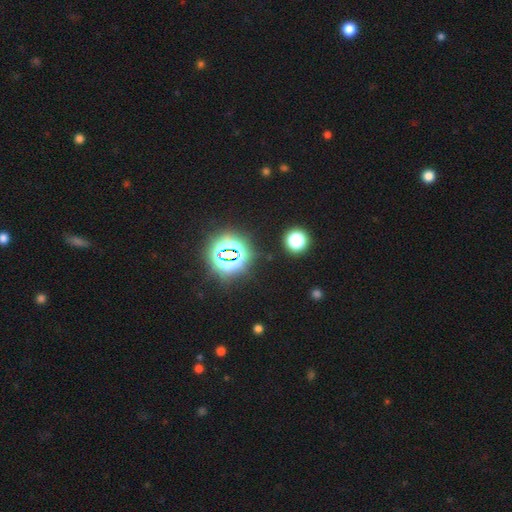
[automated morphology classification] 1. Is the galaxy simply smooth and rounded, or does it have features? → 79% star or artifact, 15% smooth, 6% featured or disk.